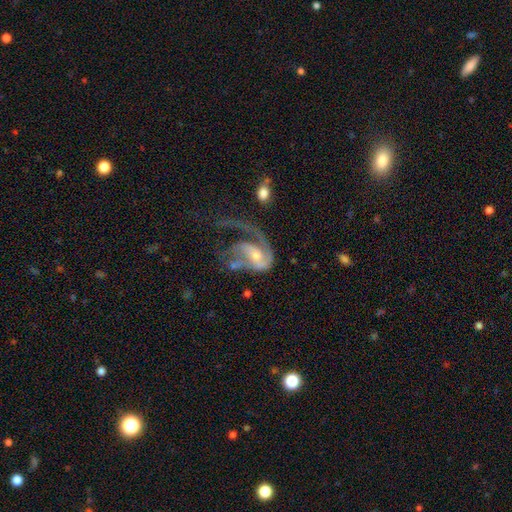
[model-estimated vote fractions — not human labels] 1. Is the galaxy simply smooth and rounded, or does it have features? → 79% featured or disk, 15% smooth, 6% star or artifact.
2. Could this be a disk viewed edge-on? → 97% no, 3% yes.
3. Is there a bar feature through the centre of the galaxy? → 56% no, 34% weak, 10% strong.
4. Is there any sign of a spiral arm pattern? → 86% yes, 14% no.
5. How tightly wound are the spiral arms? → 47% loose, 37% medium, 16% tight.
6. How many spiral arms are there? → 61% 1, 25% 2, 8% can't tell, 3% 3, 1% 4, 1% more than 4.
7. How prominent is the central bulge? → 46% moderate, 44% small, 5% none, 5% large, 1% dominant.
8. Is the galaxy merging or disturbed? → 60% major disturbance, 19% none, 12% minor disturbance, 9% merger.